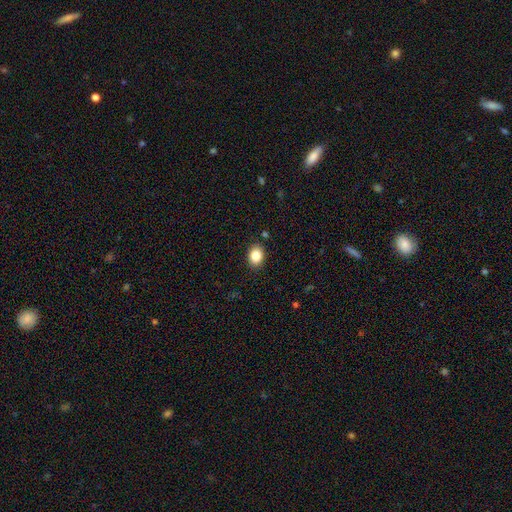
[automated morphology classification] A smooth galaxy with no disk features (85%) that is in between round and cigar-shaped (64%). Merging: none (88%).